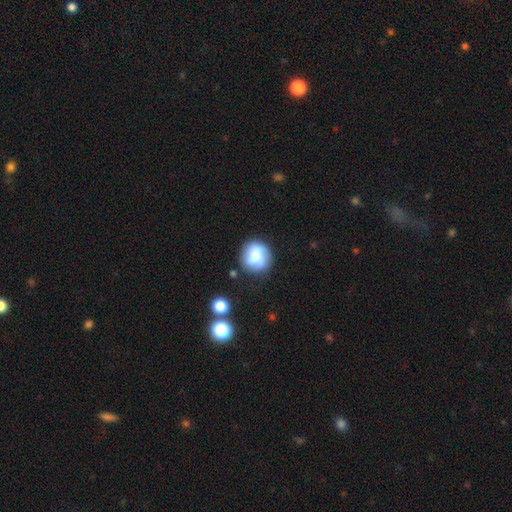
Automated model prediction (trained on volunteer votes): The model was most divided on "smooth or featured": smooth: 65%, featured or disk: 26%, star or artifact: 9%. More confident: how rounded — round (88%); merging — none (72%).